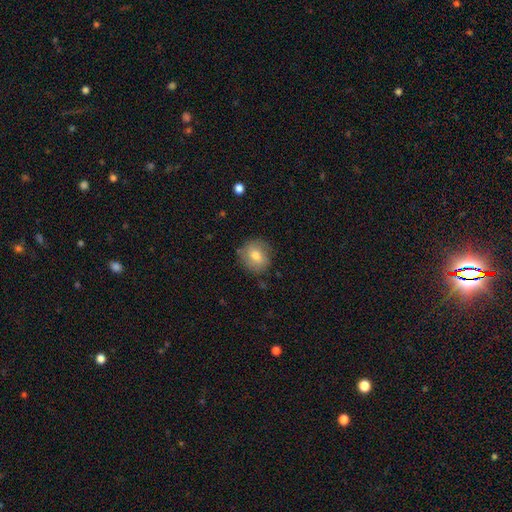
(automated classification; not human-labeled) A smooth galaxy with no disk features (76%) that is round (81%). Merging: none (82%).